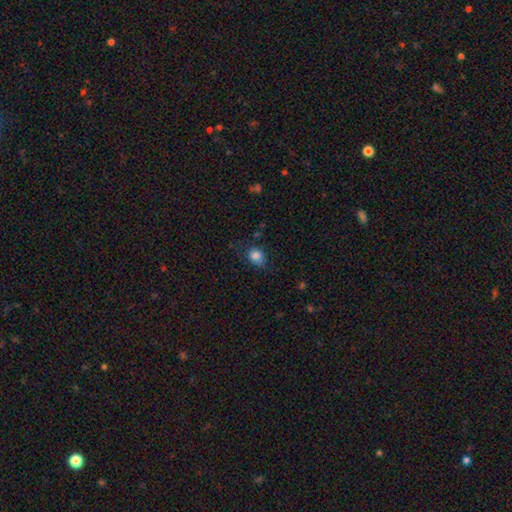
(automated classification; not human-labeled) Smooth or featured? Predicted: smooth (p=0.84). How rounded? Predicted: in between (p=0.51). Merging? Predicted: none (p=0.71).